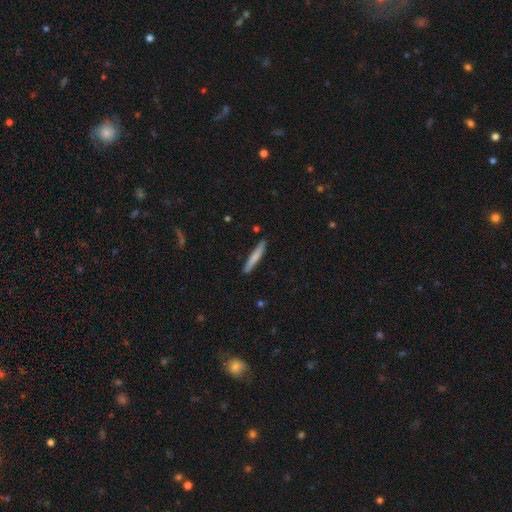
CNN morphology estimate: smooth_or_featured: smooth (p=0.69) [alt: featured or disk p=0.26]
how_rounded: cigar-shaped (p=0.95) [alt: in between p=0.04]
merging: none (p=0.89) [alt: minor disturbance p=0.08]